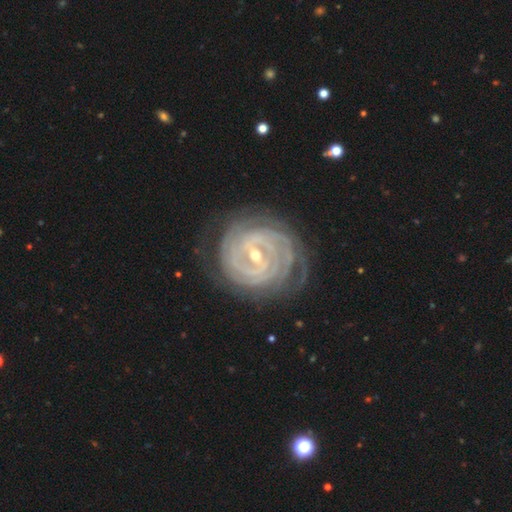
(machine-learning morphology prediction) Overall: featured or disk (92%). Edge-on disk: no (97%). Bar: weak (42%, tied with strong). Spiral arms: yes (98%). Spiral arm count: can't tell (24%; 4 23%). Spiral winding: tight (87%). Bulge size: small (53%; moderate 45%). Merging: none (78%).